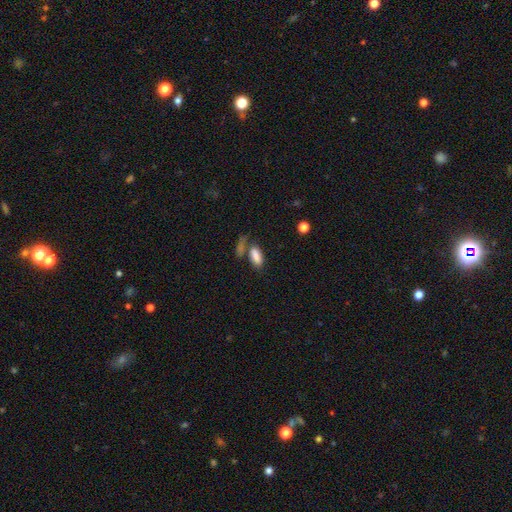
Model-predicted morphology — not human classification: Overall: smooth (84%). How rounded: in between (83%). Merging: none (50%; merger 27%).